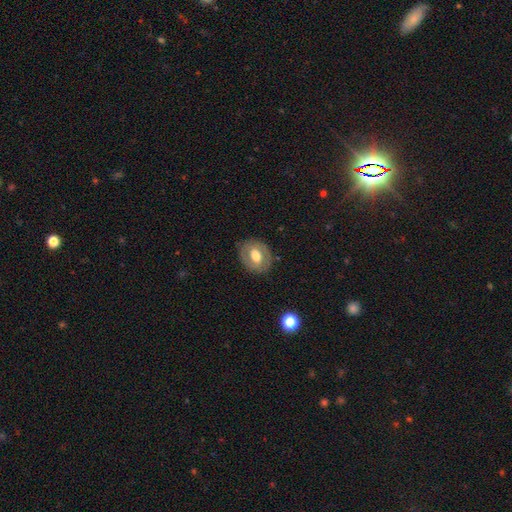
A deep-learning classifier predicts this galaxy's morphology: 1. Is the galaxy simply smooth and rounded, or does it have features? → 47% featured or disk (tied), 47% smooth (tied), 7% star or artifact.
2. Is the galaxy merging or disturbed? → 82% none, 12% minor disturbance, 5% major disturbance, 1% merger.